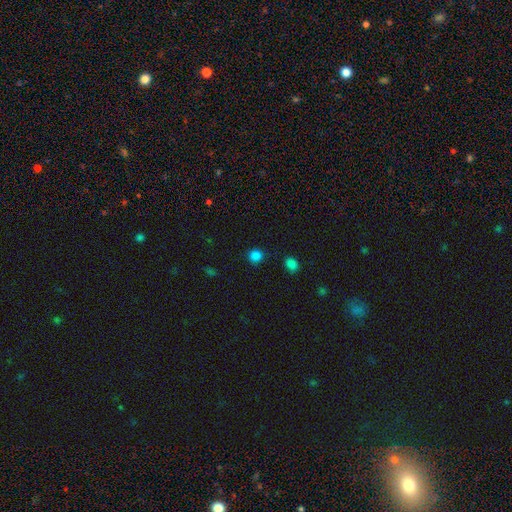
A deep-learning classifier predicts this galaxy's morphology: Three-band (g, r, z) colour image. It shows a smooth galaxy with no disk features (83%) that is round (89%). Merging: none (87%).